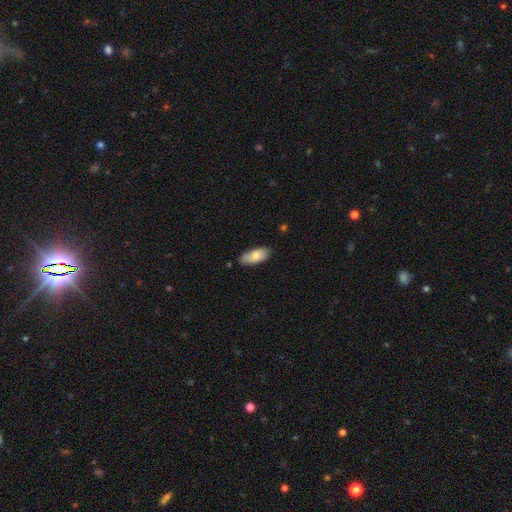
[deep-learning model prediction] smooth-or-featured: smooth: 77% | featured or disk: 16% | star or artifact: 6%
  how-rounded: in between: 89% | cigar-shaped: 9% | round: 2%
  merging: none: 79% | minor disturbance: 18% | major disturbance: 2% | merger: 1%